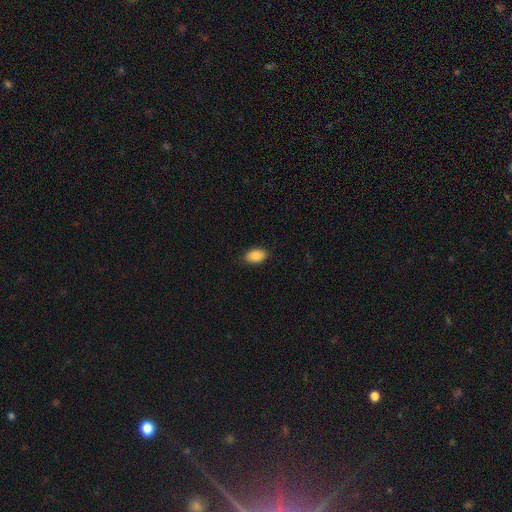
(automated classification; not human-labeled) A smooth galaxy with no disk features (87%) that is in between round and cigar-shaped (91%). Merging: none (87%).